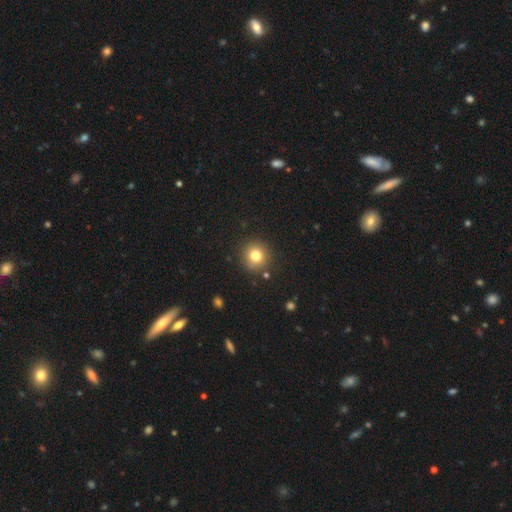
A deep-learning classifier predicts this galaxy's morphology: The model was most divided on "smooth or featured": smooth: 79%, star or artifact: 13%, featured or disk: 9%. More confident: how rounded — round (92%); merging — none (89%).